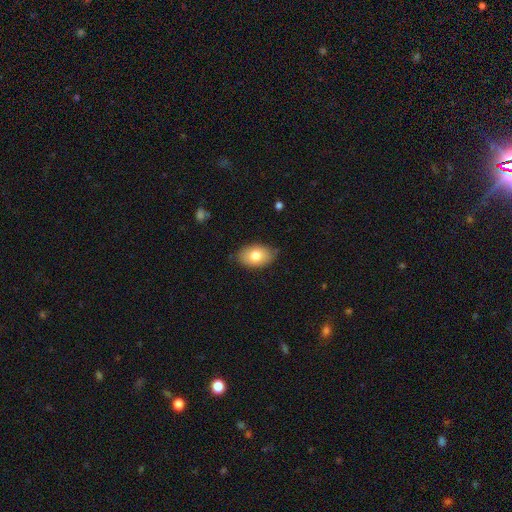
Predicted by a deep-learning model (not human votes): A smooth galaxy with no disk features (78%) that is in between round and cigar-shaped (90%). Merging: none (82%).